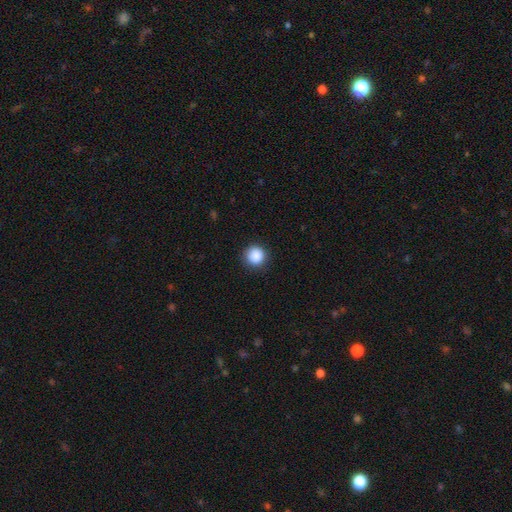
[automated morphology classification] Smooth or featured? Predicted: smooth (p=0.88). How rounded? Predicted: round (p=0.94). Merging? Predicted: none (p=0.89).